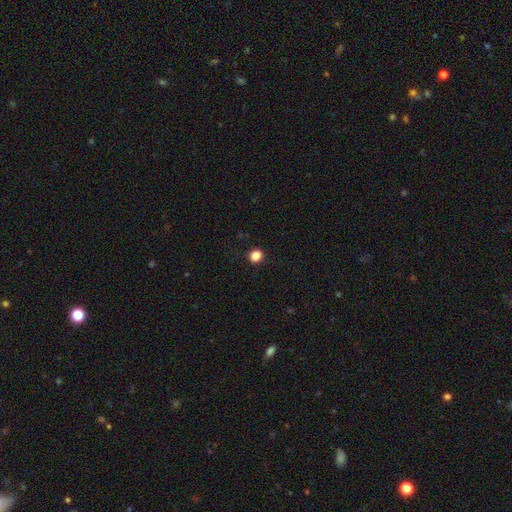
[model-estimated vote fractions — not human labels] This is clearly a smooth galaxy (86%). How rounded: likely round (71%). Merging: clearly none (90%).